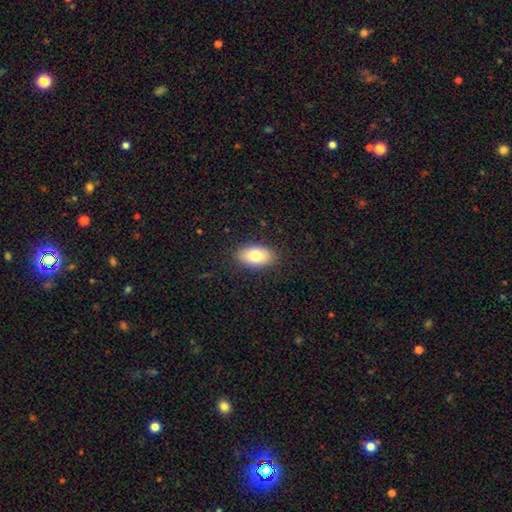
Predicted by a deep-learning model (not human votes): Overall: smooth (77%). How rounded: in between (91%). Merging: none (88%).